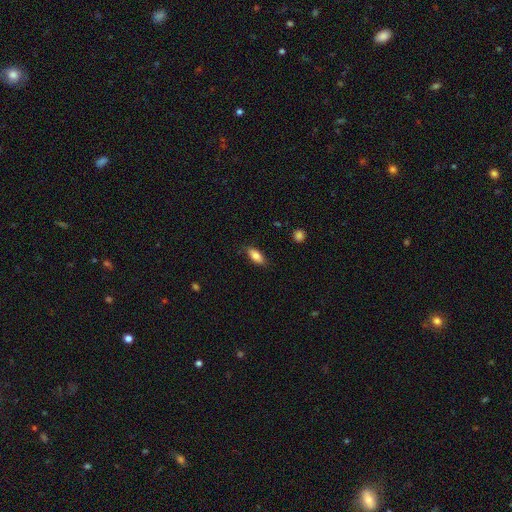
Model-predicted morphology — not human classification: Smooth or featured?
  - smooth: 83% *
  - featured or disk: 10%
  - star or artifact: 7%
How rounded?
  - in between: 83% *
  - cigar-shaped: 14%
  - round: 3%
Merging?
  - none: 83% *
  - minor disturbance: 13%
  - major disturbance: 3%
  - merger: 1%